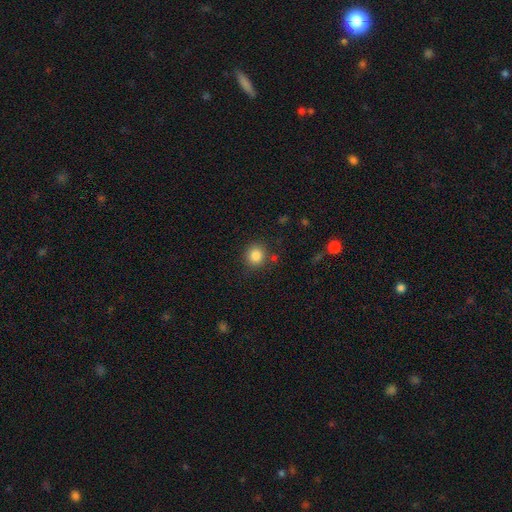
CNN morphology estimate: A smooth galaxy with no disk features (84%) that is round (89%). Merging: none (84%).